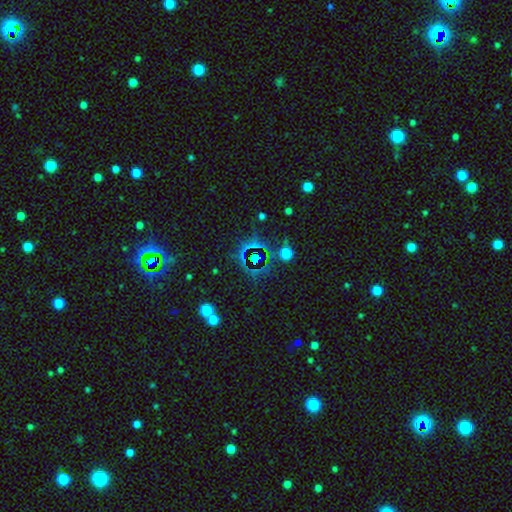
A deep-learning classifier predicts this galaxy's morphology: star or artifact 74%, smooth 17%, featured or disk 10%.